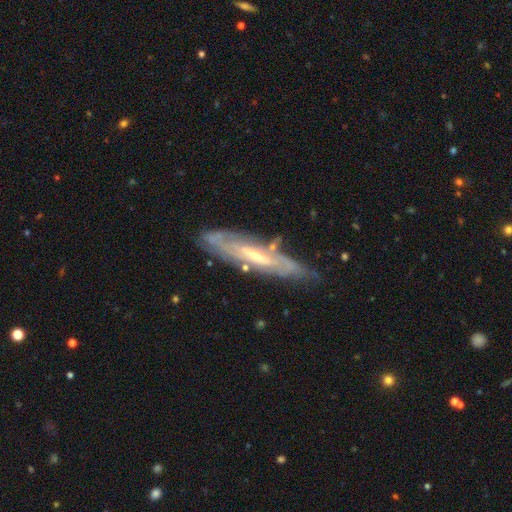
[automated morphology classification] featured or disk 74%, smooth 19%, star or artifact 7%. Down the decision tree: edge-on disk — yes (52%); merging — none (70%).